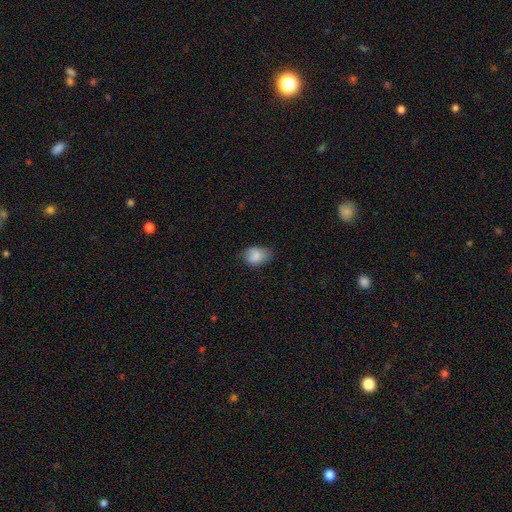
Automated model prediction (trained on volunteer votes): Smooth or featured: smooth — 82% (featured or disk — 10%)
How rounded: in between — 69% (round — 30%)
Merging: none — 60% (minor disturbance — 30%)